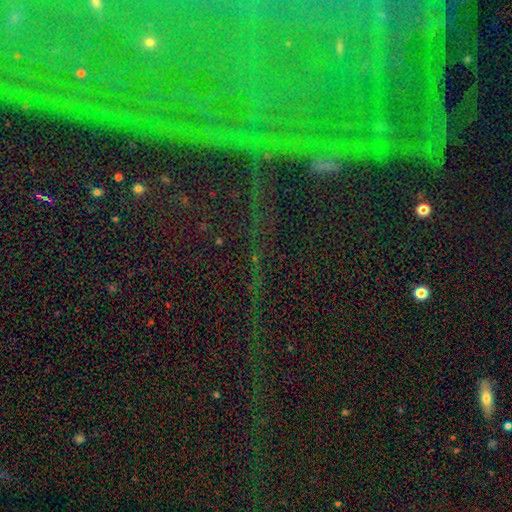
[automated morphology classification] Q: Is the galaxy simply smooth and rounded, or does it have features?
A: star or artifact — 75%.